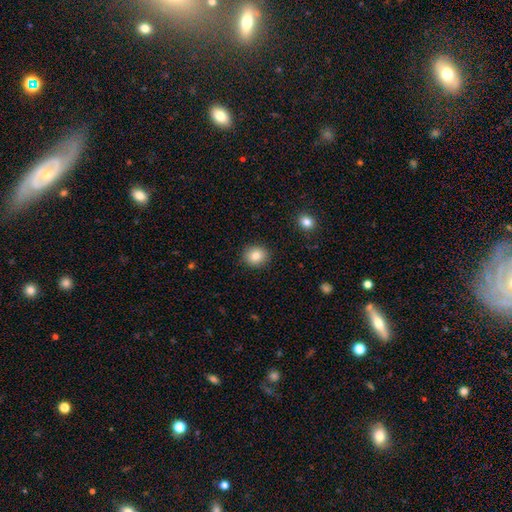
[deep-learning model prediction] A smooth galaxy with no disk features (84%) that is round (80%).

Vote fractions:
- Smooth or featured? smooth: 84% / star or artifact: 9% / featured or disk: 7%
- How rounded? round: 80% / in between: 20% / cigar-shaped: 1%
- Merging? none: 90% / minor disturbance: 7% / major disturbance: 2% / merger: 1%